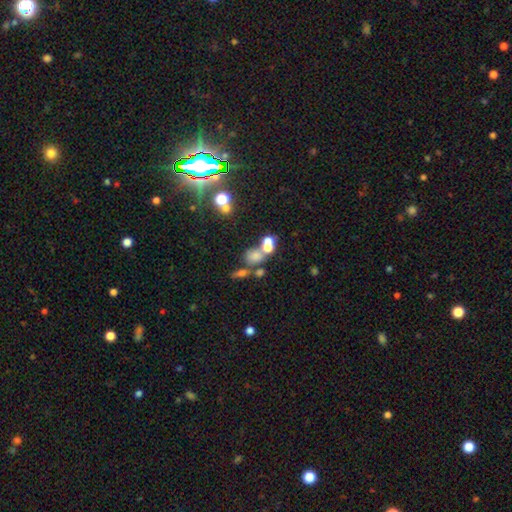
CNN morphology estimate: This is likely a smooth galaxy (61%). How rounded: possibly round (59%). Merging: possibly merger (45%).